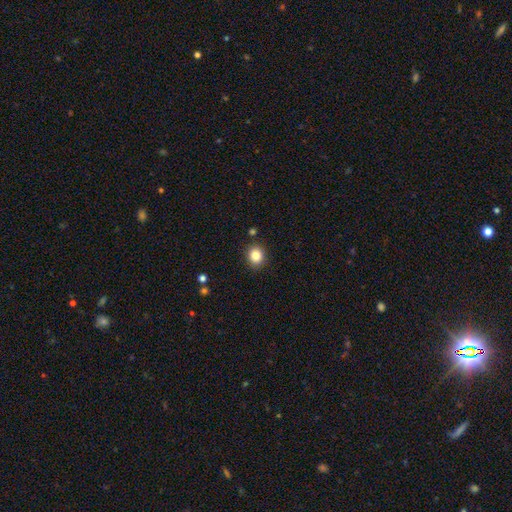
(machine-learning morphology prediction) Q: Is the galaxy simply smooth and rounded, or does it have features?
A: smooth — 84%.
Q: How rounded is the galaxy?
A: round — 79%.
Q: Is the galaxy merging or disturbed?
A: none — 89%.